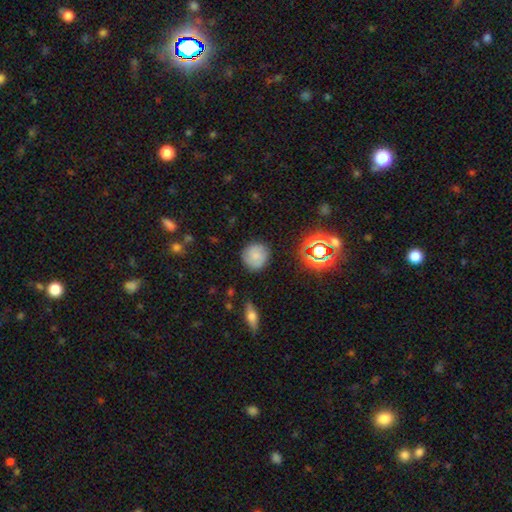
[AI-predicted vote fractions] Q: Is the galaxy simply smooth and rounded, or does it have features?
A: smooth — 75%.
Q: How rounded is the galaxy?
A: round — 91%.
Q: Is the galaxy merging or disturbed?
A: none — 84%.